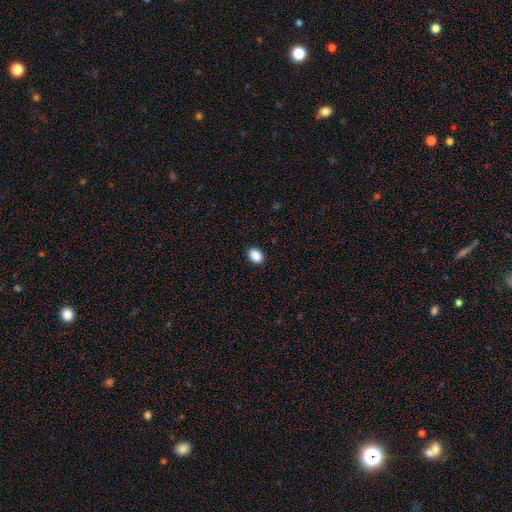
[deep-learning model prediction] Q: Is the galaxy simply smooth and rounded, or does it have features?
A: smooth — 89%.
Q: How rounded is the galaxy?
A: in between — 61%.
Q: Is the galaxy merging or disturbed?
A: none — 91%.